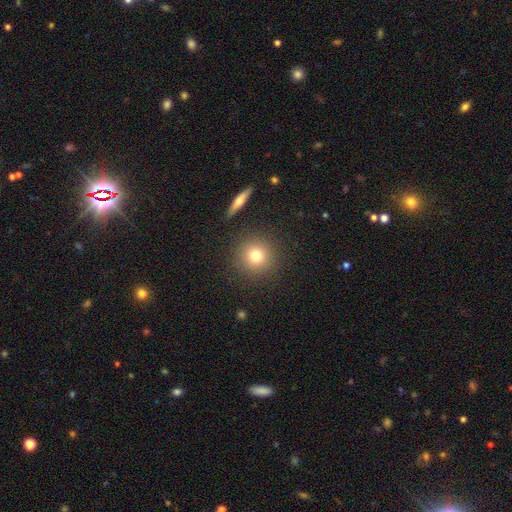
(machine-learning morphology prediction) smooth-or-featured: smooth: 76% | star or artifact: 13% | featured or disk: 11%
  how-rounded: round: 94% | in between: 5% | cigar-shaped: 1%
  merging: none: 89% | minor disturbance: 6% | major disturbance: 3% | merger: 2%